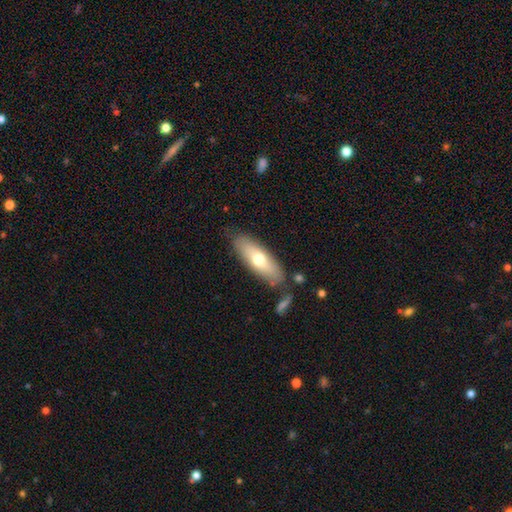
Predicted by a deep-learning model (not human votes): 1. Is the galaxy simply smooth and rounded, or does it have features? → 60% smooth, 33% featured or disk, 7% star or artifact.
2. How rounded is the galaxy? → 53% in between, 45% cigar-shaped, 2% round.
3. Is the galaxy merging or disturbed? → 79% none, 13% minor disturbance, 5% merger, 3% major disturbance.